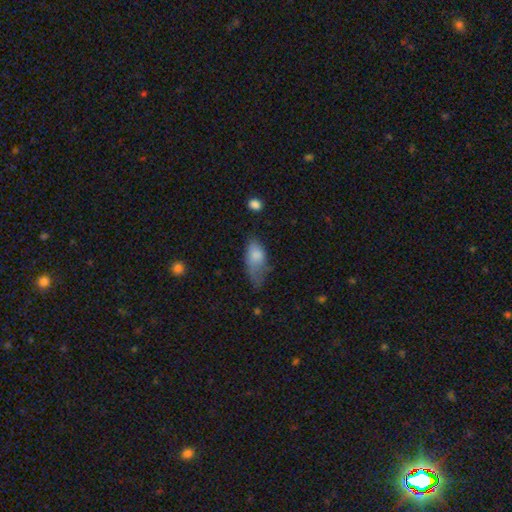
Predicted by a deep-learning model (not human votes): Smooth or featured? smooth (77%)
How rounded? in between (89%)
Merging? minor disturbance (38%)